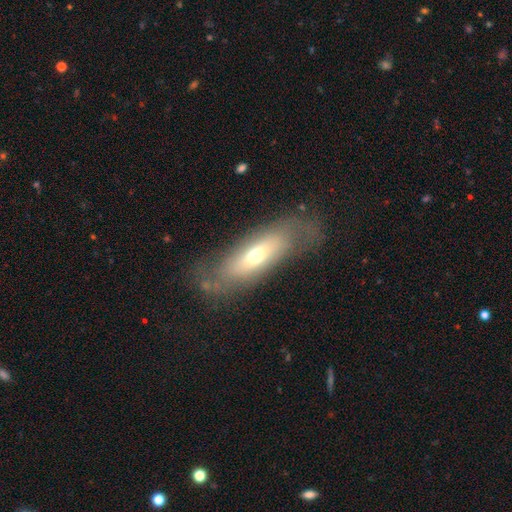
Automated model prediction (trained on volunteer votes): This is possibly a smooth galaxy (49%). Merging: likely none (70%).